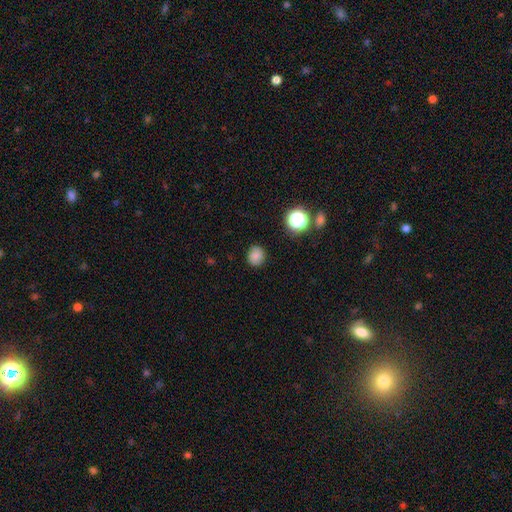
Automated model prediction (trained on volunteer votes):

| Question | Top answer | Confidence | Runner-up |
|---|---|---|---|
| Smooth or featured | smooth | 80% | star or artifact (13%) |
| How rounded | round | 80% | in between (19%) |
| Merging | none | 85% | minor disturbance (10%) |